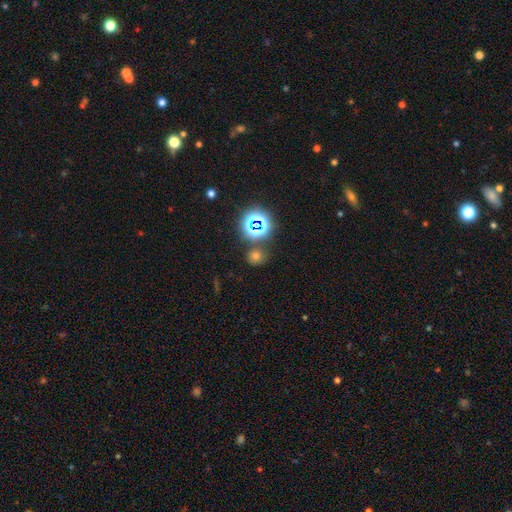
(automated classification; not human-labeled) Morphology: type=smooth (58%); roundness=round (79%); merging=none (76%).